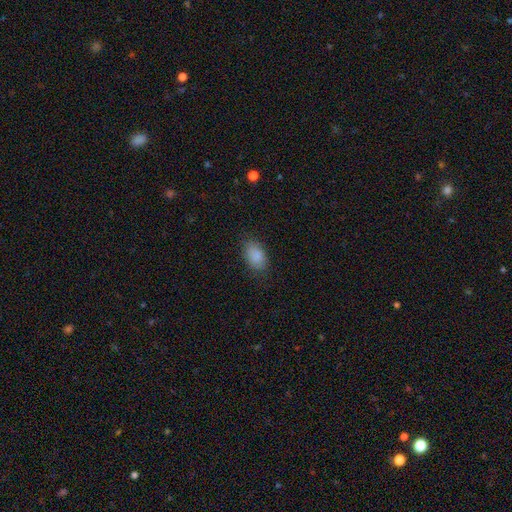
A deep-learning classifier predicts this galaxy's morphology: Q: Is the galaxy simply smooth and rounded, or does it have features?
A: smooth — 88%.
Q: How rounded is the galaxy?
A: in between — 91%.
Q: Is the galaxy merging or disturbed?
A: none — 82%.